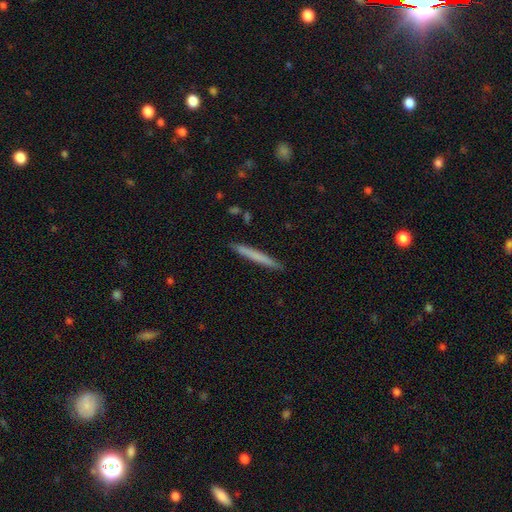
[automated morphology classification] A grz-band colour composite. It shows a smooth galaxy with no disk features (67%) that is cigar-shaped (97%). Merging: none (91%).